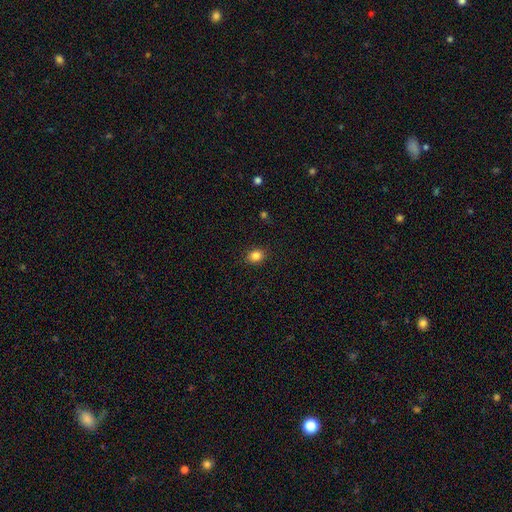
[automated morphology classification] The model was most divided on "how rounded": in between: 50%, round: 49%, cigar-shaped: 1%. More confident: merging — none (88%); smooth or featured — smooth (84%).